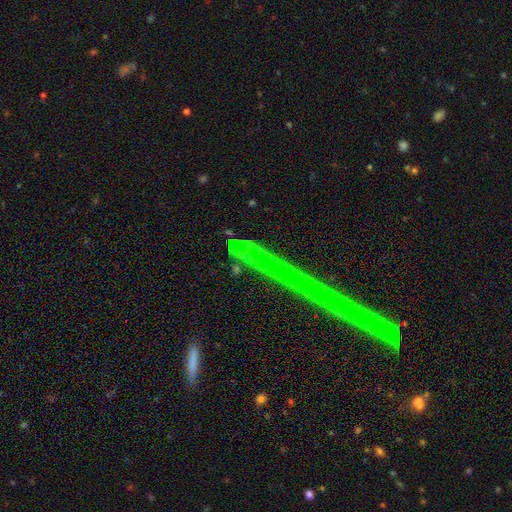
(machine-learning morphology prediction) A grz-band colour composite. It shows a featured or disk galaxy (39%). Merging: none (49%).